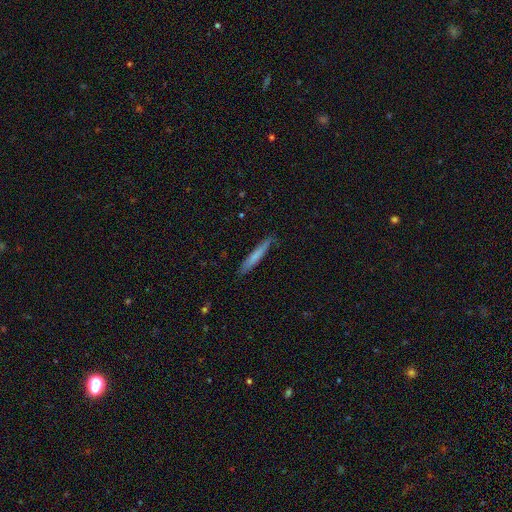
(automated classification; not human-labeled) Overall: smooth (68%). How rounded: cigar-shaped (95%). Merging: none (85%).